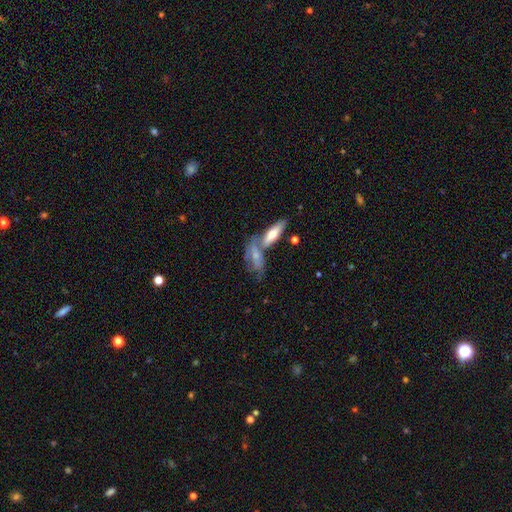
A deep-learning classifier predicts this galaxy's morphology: Smooth or featured: featured or disk — 51% (smooth — 42%)
Edge-on disk: no — 67% (yes — 33%)
Merging: merger — 46% (none — 33%)